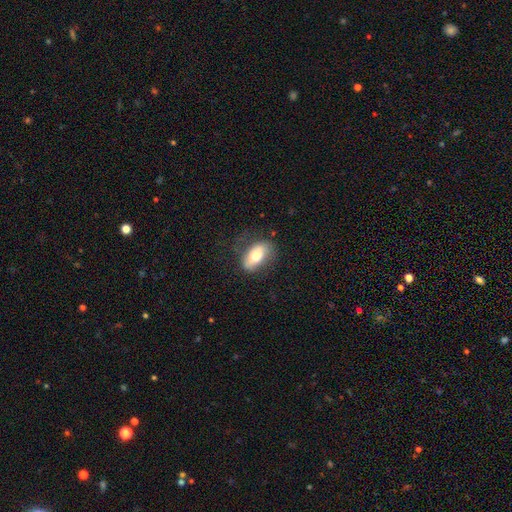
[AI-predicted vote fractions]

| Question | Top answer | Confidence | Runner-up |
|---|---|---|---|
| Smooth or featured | smooth | 68% | featured or disk (26%) |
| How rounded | in between | 88% | round (7%) |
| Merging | none | 68% | minor disturbance (22%) |